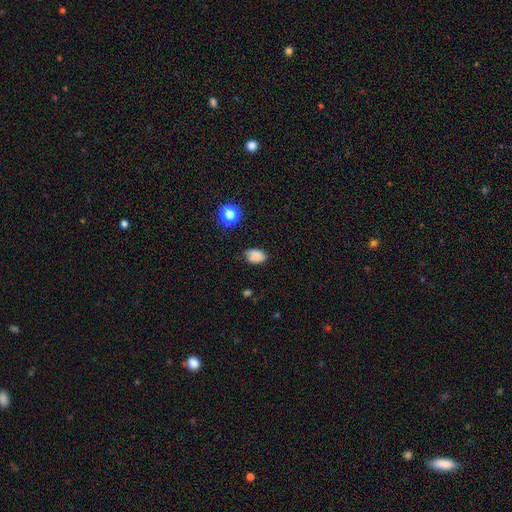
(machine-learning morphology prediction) A smooth galaxy with no disk features (84%) that is in between round and cigar-shaped (83%). Merging: none (76%).